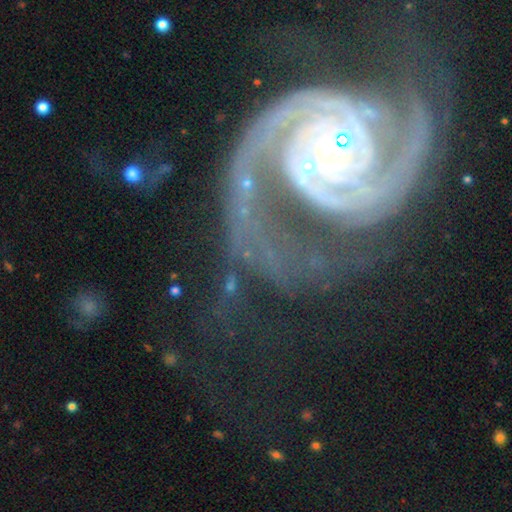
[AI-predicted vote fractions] smooth_or_featured: featured or disk (p=0.90) [alt: star or artifact p=0.06]
disk_edge_on: no (p=0.98) [alt: yes p=0.02]
bar: no (p=0.59) [alt: weak p=0.25]
has_spiral_arms: yes (p=0.98) [alt: no p=0.02]
spiral_winding: tight (p=0.49) [alt: medium p=0.39]
spiral_arm_count: 2 (p=0.75) [alt: 3 p=0.07]
bulge_size: small (p=0.74) [alt: moderate p=0.20]
merging: none (p=0.47) [alt: major disturbance p=0.21]